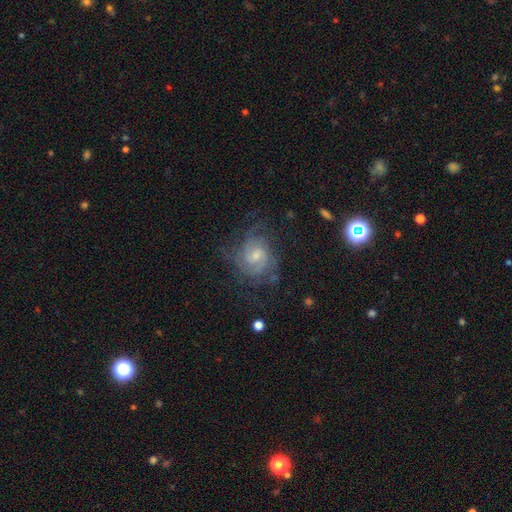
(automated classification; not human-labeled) Morphology: type=featured or disk (81%); edge-on=no (98%); bar=weak (50%); spiral arms=yes (95%); winding=tight (51%); arm count=2 (35%); bulge=small (54%); merging=none (65%).